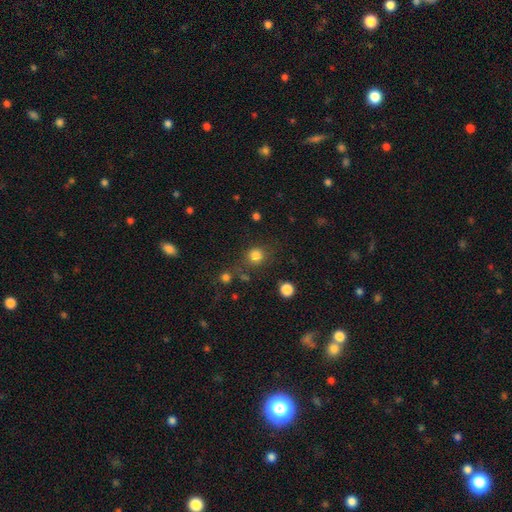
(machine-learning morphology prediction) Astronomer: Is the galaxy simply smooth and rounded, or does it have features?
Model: smooth — 82%.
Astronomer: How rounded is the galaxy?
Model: round — 86%.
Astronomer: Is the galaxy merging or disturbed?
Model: none — 73%.